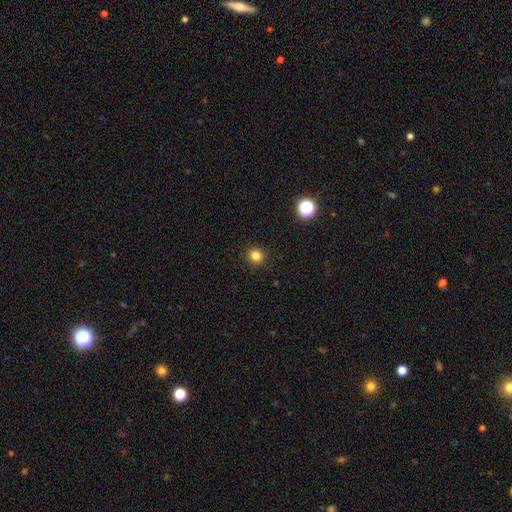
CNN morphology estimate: This is clearly a smooth galaxy (82%). How rounded: clearly round (90%). Merging: clearly none (91%).